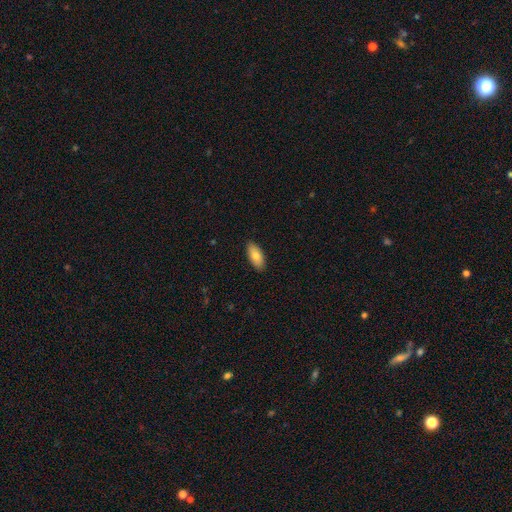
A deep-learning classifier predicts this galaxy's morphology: A smooth galaxy with no disk features (81%) that is in between round and cigar-shaped (88%).

Vote fractions:
- Smooth or featured? smooth: 81% / featured or disk: 13% / star or artifact: 6%
- How rounded? in between: 88% / cigar-shaped: 9% / round: 2%
- Merging? none: 89% / minor disturbance: 8% / major disturbance: 2% / merger: 1%